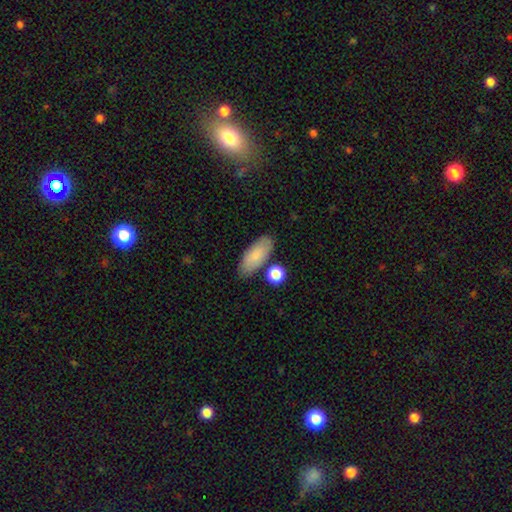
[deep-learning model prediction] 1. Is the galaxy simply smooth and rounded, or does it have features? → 83% smooth, 11% featured or disk, 6% star or artifact.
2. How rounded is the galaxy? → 84% in between, 14% cigar-shaped, 3% round.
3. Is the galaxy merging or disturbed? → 77% none, 13% minor disturbance, 7% merger, 3% major disturbance.